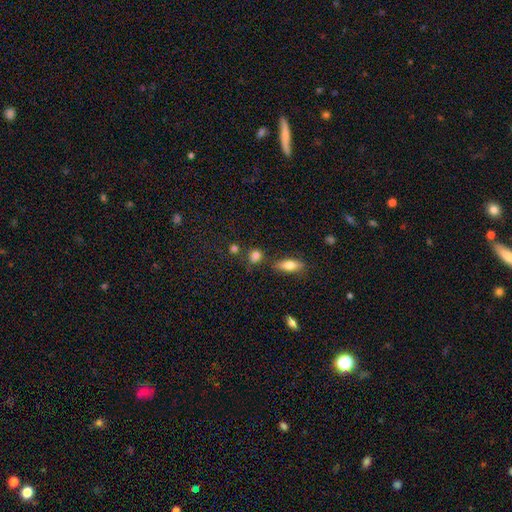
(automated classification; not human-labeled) Q: Smooth or featured?
A: smooth (80%); runner-up: star or artifact (12%)
Q: How rounded?
A: round (68%); runner-up: in between (28%)
Q: Merging?
A: none (67%); runner-up: minor disturbance (14%)